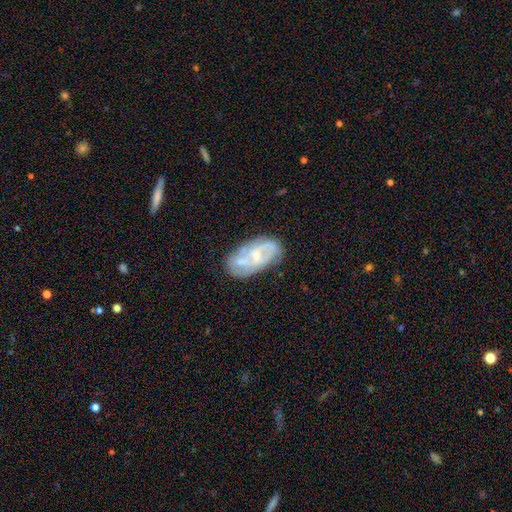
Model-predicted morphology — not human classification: Smooth or featured? featured or disk (70%)
Edge-on disk? no (95%)
Bar? no (49%)
Spiral arms? yes (73%)
Bulge size? small (58%)
Merging? none (59%)